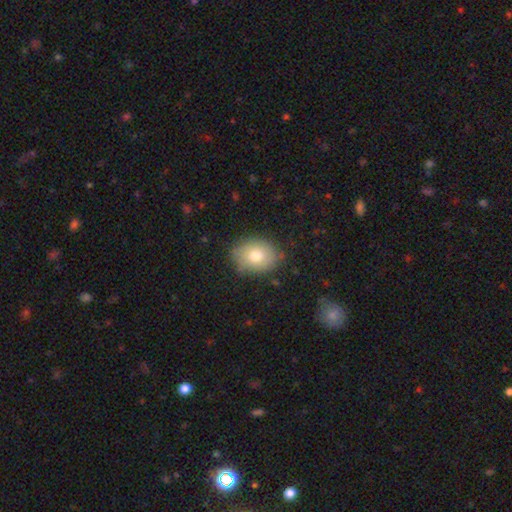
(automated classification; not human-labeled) Morphology: type=smooth (76%); roundness=in between (58%); merging=none (82%).